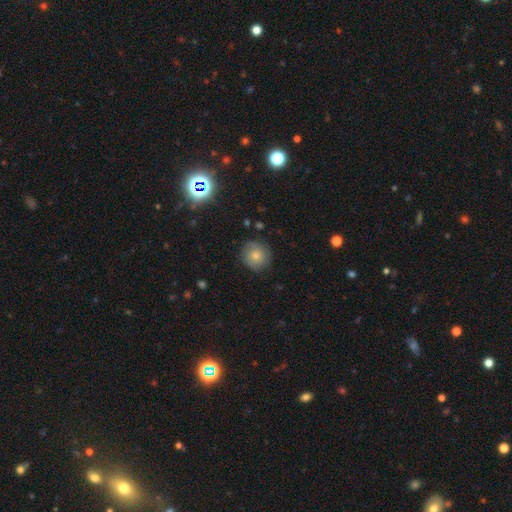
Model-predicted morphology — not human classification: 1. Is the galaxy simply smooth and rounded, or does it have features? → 75% smooth, 15% featured or disk, 10% star or artifact.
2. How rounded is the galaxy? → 92% round, 7% in between, 1% cigar-shaped.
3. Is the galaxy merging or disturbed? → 82% none, 13% minor disturbance, 3% major disturbance, 1% merger.